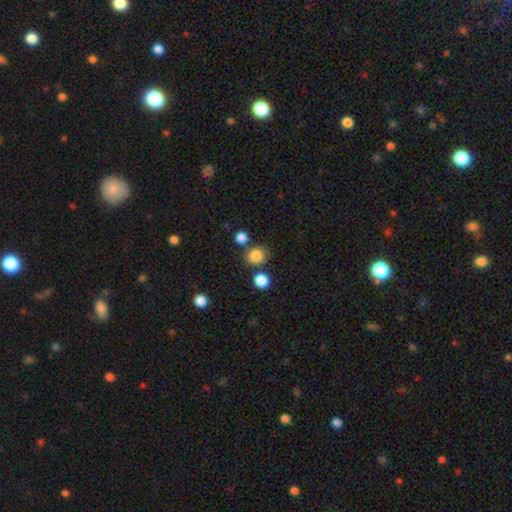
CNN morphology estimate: Q: Smooth or featured?
A: smooth (84%); runner-up: star or artifact (11%)
Q: How rounded?
A: round (74%); runner-up: in between (26%)
Q: Merging?
A: none (73%); runner-up: merger (12%)